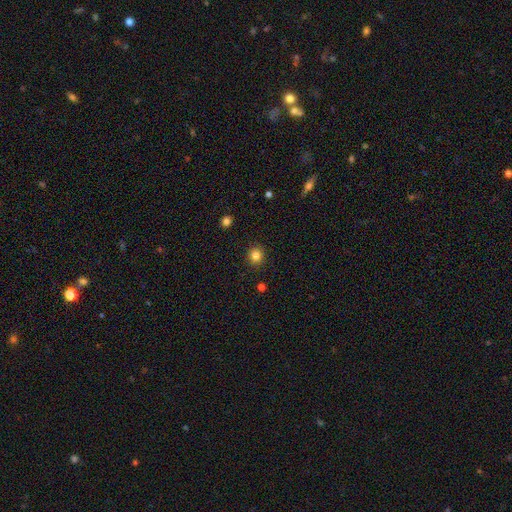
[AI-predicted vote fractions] This is clearly a smooth galaxy (83%). How rounded: clearly round (87%). Merging: clearly none (91%).